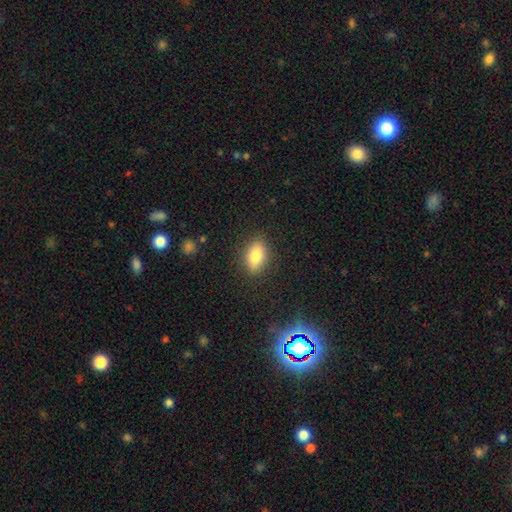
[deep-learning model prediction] Smooth or featured?
  - smooth: 81% *
  - featured or disk: 11%
  - star or artifact: 8%
How rounded?
  - in between: 85% *
  - round: 10%
  - cigar-shaped: 6%
Merging?
  - none: 86% *
  - minor disturbance: 9%
  - major disturbance: 3%
  - merger: 1%